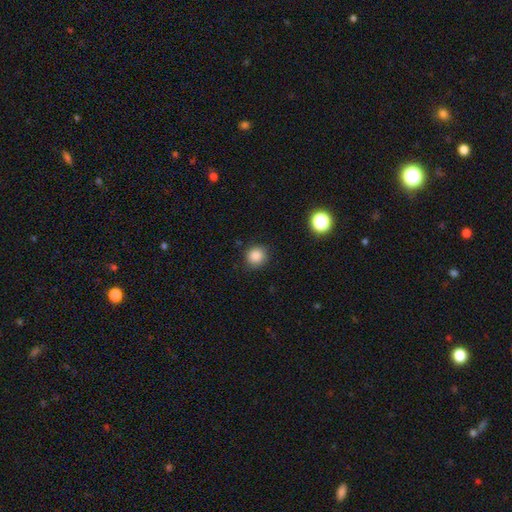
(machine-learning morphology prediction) Smooth or featured? smooth (86%)
How rounded? round (91%)
Merging? none (89%)